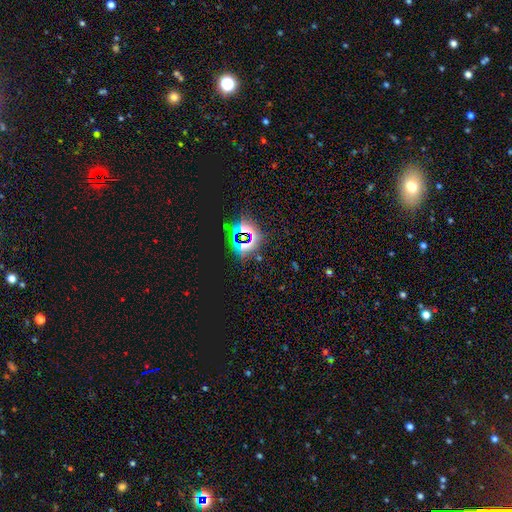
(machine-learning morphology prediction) star or artifact 80%, smooth 12%, featured or disk 8%.